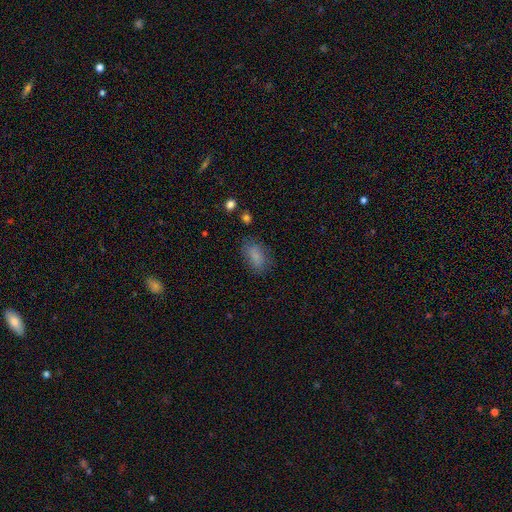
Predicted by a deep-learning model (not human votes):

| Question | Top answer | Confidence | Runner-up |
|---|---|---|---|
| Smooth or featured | smooth | 81% | star or artifact (10%) |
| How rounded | in between | 88% | round (9%) |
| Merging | none | 74% | minor disturbance (18%) |